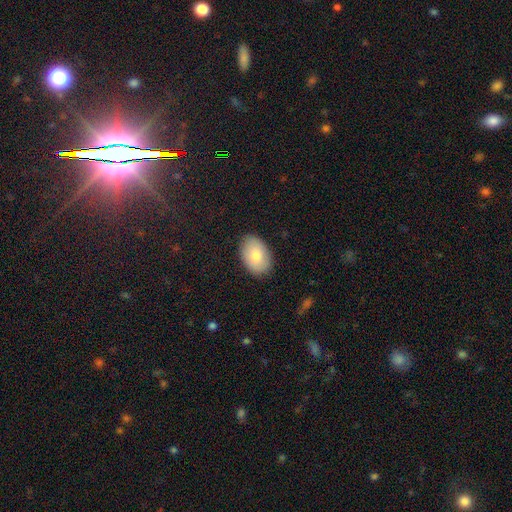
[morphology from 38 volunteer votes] type=smooth (74%); roundness=in between (89%); merging=none (89%).